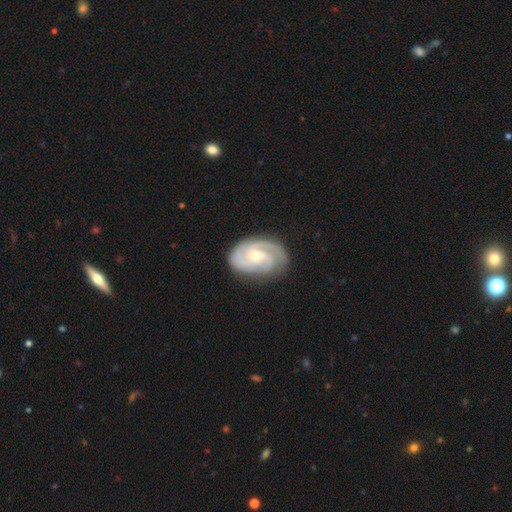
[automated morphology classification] This is clearly a featured or disk galaxy (87%). It is clearly not viewed edge-on (97%). Bar: likely no (60%). Spiral arm pattern: clearly yes (97%). Spiral arm count: marginally 2 (40%). Spiral winding: likely tight (66%). Central bulge: likely small (61%). Merging: likely none (77%).